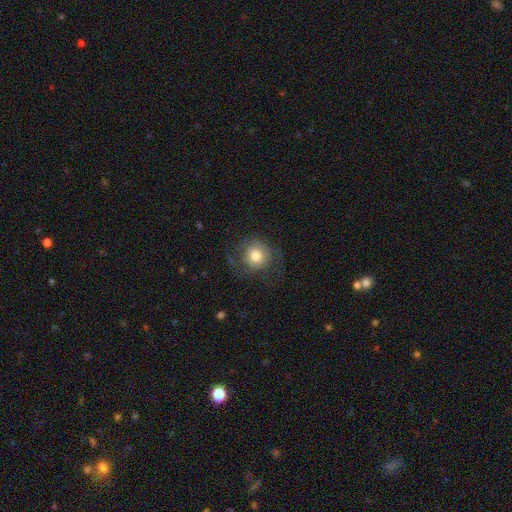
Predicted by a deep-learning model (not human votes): Morphology: type=smooth (71%); roundness=round (88%); merging=none (64%).